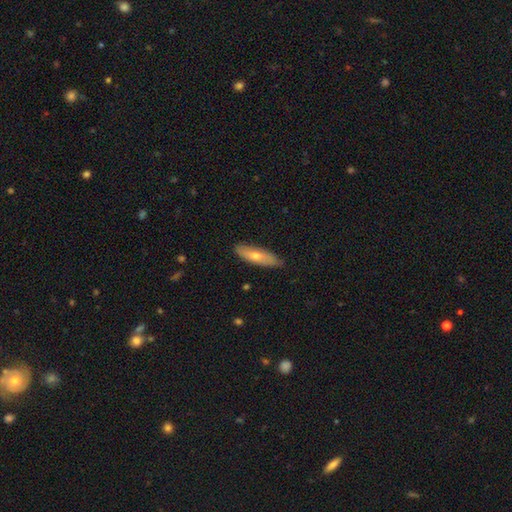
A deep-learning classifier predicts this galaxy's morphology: Smooth or featured? Predicted: smooth (p=0.59). How rounded? Predicted: cigar-shaped (p=0.66). Merging? Predicted: none (p=0.86).